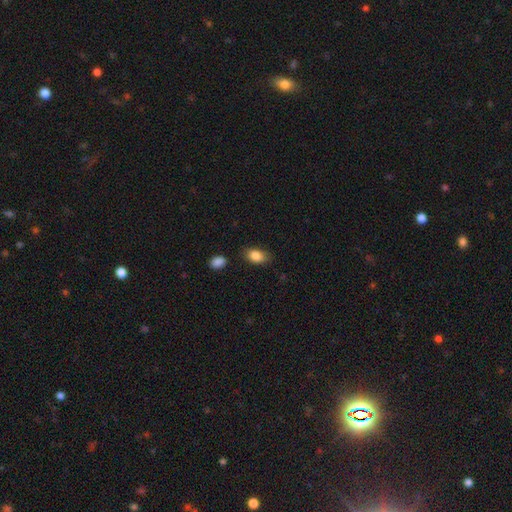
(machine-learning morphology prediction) A smooth galaxy with no disk features (86%) that is in between round and cigar-shaped (87%). Merging: none (76%).